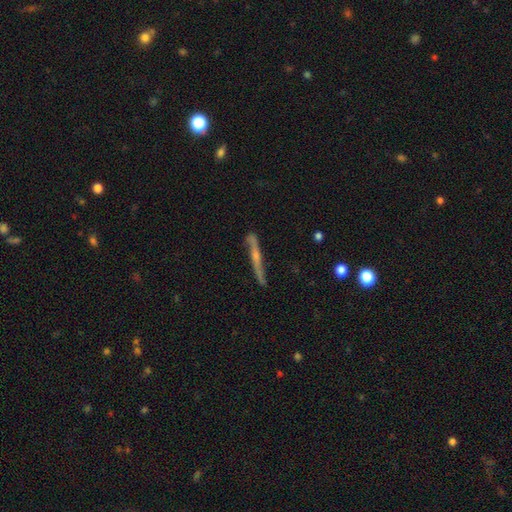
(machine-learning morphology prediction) Overall: featured or disk (71%). Edge-on disk: yes (85%). Edge-on bulge: rounded (58%; none 35%). Merging: none (76%).